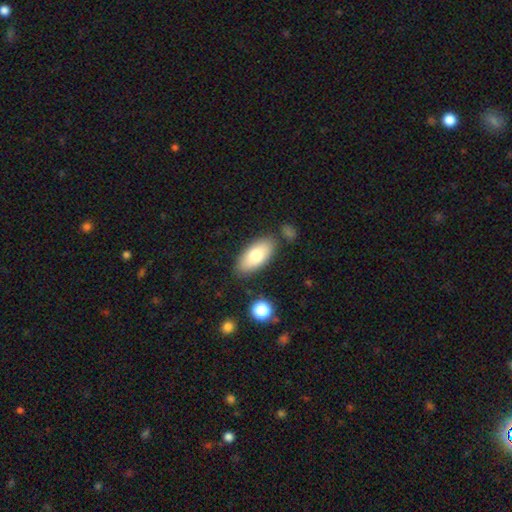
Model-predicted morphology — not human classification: This is likely a smooth galaxy (77%). How rounded: clearly in between (90%). Merging: clearly none (81%).